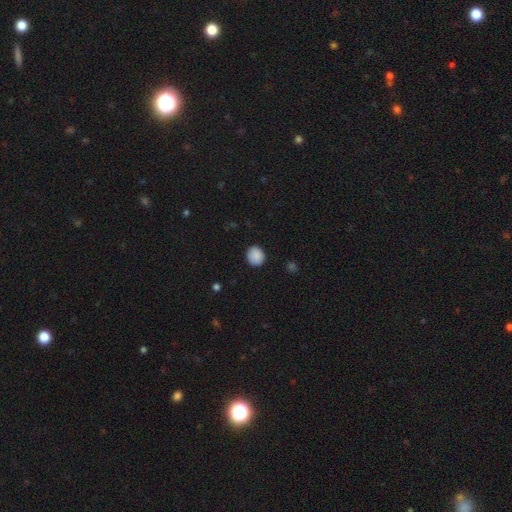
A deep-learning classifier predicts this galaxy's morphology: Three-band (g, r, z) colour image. It shows a smooth galaxy with no disk features (89%) that is round (75%). Merging: none (88%).